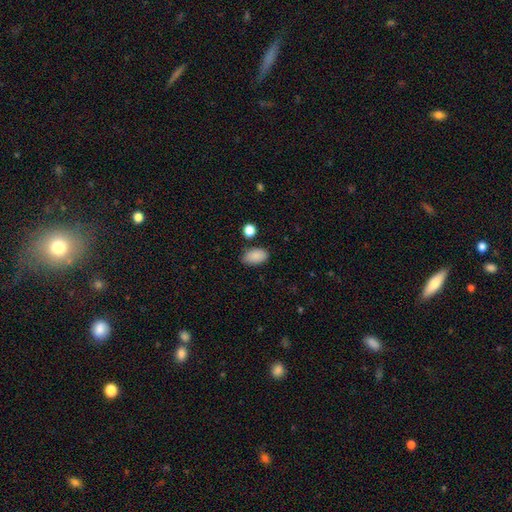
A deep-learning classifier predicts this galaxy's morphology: smooth_or_featured: smooth (p=0.88) [alt: star or artifact p=0.08]
how_rounded: in between (p=0.92) [alt: round p=0.07]
merging: none (p=0.77) [alt: minor disturbance p=0.15]